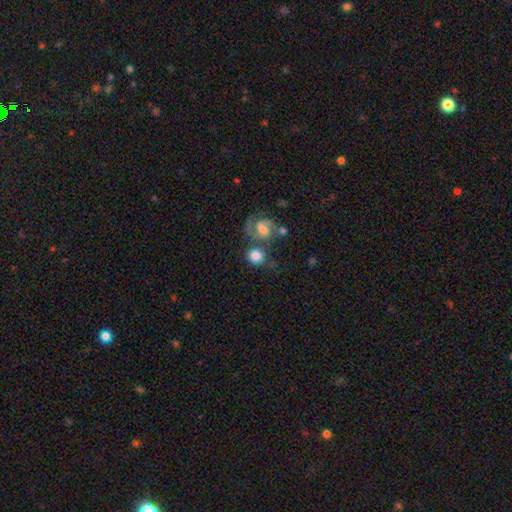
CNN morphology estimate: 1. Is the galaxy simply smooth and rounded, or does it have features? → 70% smooth, 23% featured or disk, 7% star or artifact.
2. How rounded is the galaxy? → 80% round, 19% in between, 1% cigar-shaped.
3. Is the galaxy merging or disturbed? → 53% none, 28% merger, 12% minor disturbance, 7% major disturbance.